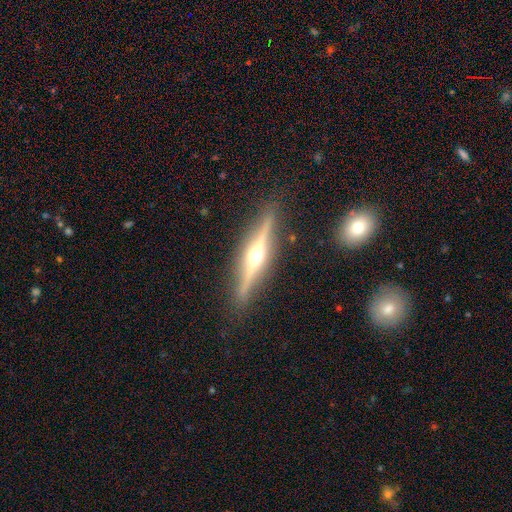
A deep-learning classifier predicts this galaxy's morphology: Smooth or featured? Predicted: featured or disk (p=0.82). Edge-on disk? Predicted: yes (p=0.97). Edge-on bulge? Predicted: rounded (p=0.95). Merging? Predicted: none (p=0.89).